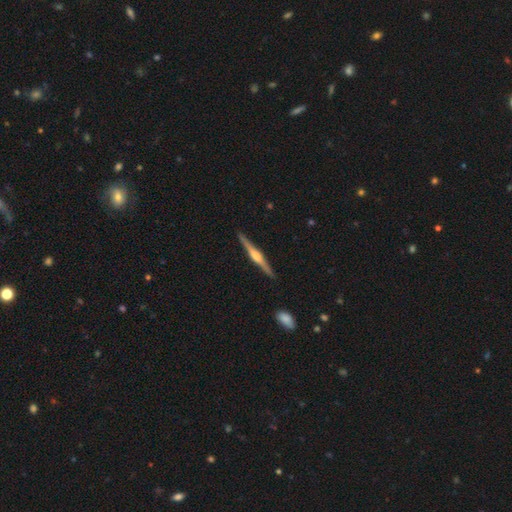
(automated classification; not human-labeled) Morphology: type=featured or disk (81%); edge-on=yes (98%); edge-on bulge=rounded (85%); merging=none (91%).